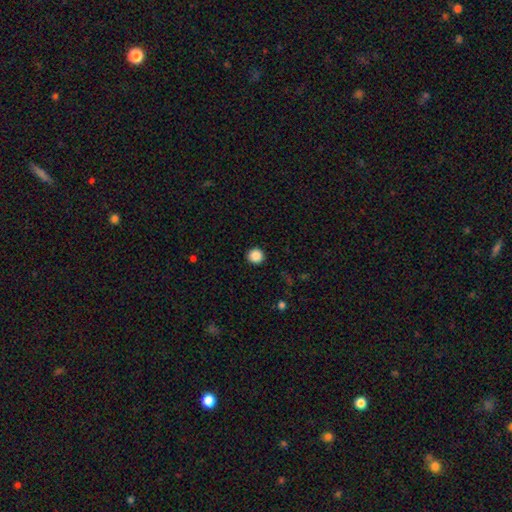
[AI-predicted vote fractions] Overall: smooth (87%). How rounded: round (95%). Merging: none (92%).